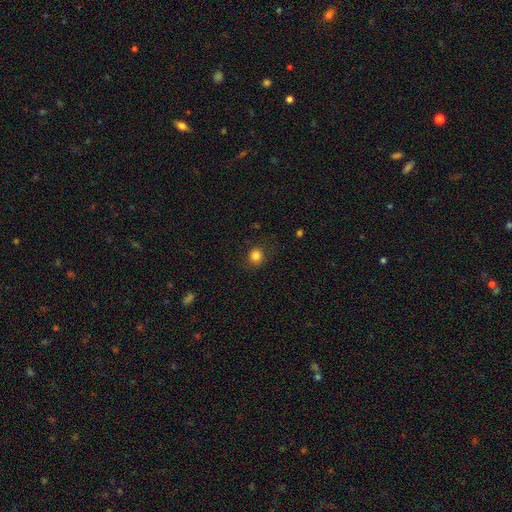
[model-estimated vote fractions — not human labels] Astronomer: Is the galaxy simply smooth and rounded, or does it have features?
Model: smooth — 84%.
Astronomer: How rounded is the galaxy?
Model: round — 86%.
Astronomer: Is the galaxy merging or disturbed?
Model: none — 84%.